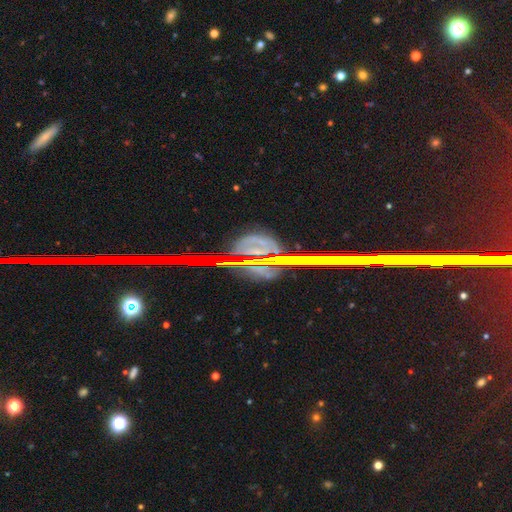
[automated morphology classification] A star or artifact, not a galaxy (44%).

Vote fractions:
- Smooth or featured? star or artifact: 44% / featured or disk: 43% / smooth: 14%